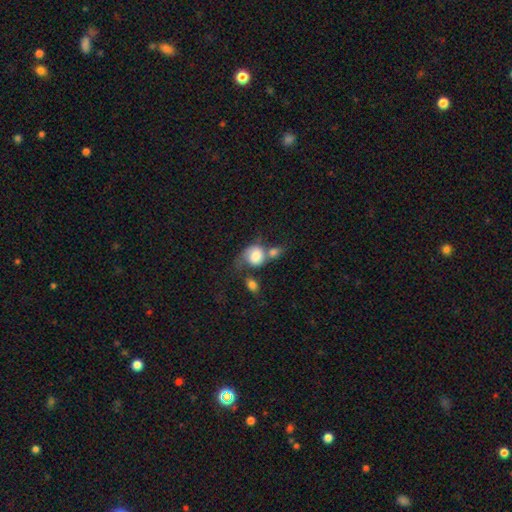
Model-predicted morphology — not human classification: Smooth or featured? Predicted: smooth (p=0.68). How rounded? Predicted: round (p=0.56). Merging? Predicted: merger (p=0.51).